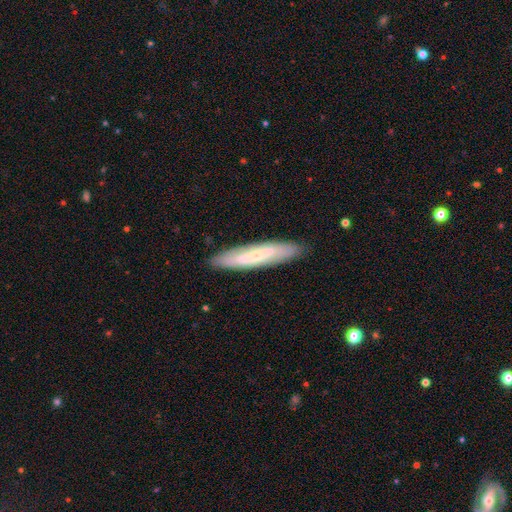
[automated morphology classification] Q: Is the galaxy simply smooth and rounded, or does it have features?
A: featured or disk — 48%.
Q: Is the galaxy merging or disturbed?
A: none — 88%.